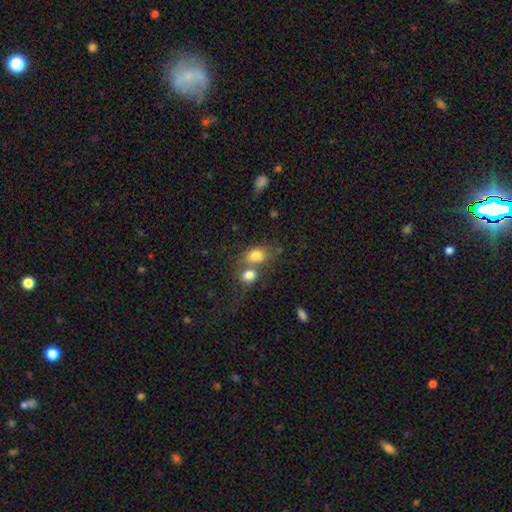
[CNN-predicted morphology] This is likely a smooth galaxy (78%). How rounded: possibly in between (57%). Merging: possibly merger (54%).